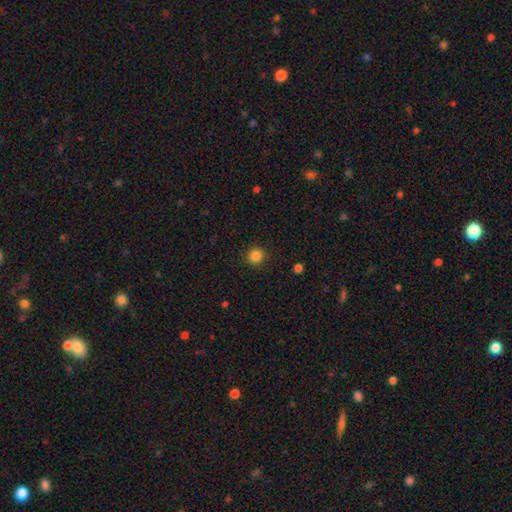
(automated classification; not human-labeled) Smooth or featured? Predicted: smooth (p=0.85). How rounded? Predicted: round (p=0.91). Merging? Predicted: none (p=0.92).